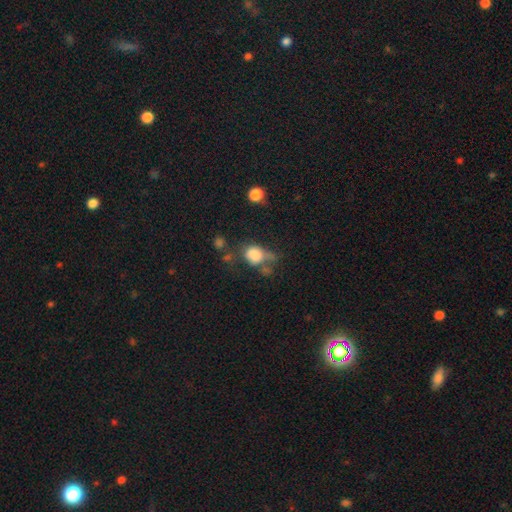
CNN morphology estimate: This is likely a smooth galaxy (74%). How rounded: possibly in between (52%). Merging: marginally none (28%, tied with major disturbance).